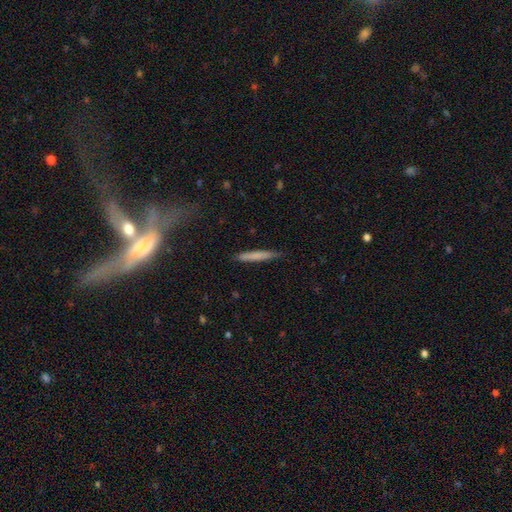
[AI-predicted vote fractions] A smooth galaxy with no disk features (71%) that is cigar-shaped (96%).

Vote fractions:
- Smooth or featured? smooth: 71% / featured or disk: 22% / star or artifact: 6%
- How rounded? cigar-shaped: 96% / in between: 3% / round: 1%
- Merging? none: 86% / minor disturbance: 11% / major disturbance: 2% / merger: 2%